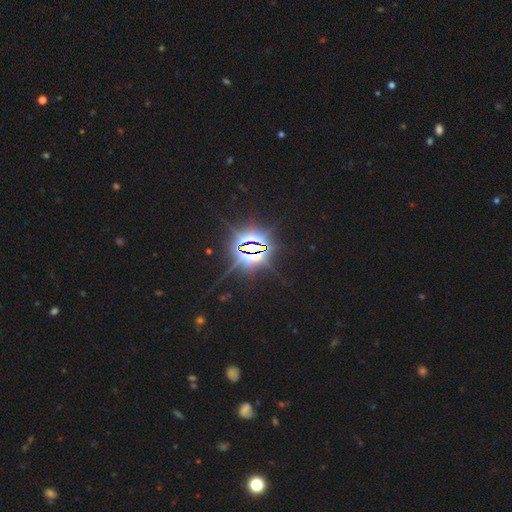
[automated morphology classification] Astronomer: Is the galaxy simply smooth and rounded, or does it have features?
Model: star or artifact — 86%.